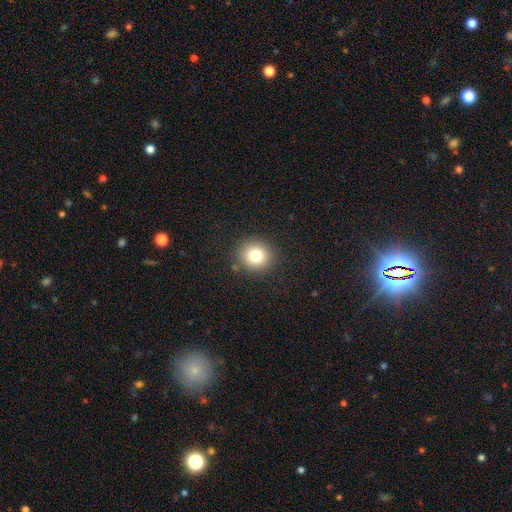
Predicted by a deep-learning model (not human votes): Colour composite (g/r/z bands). It shows a smooth galaxy with no disk features (78%) that is round (89%). Merging: none (88%).